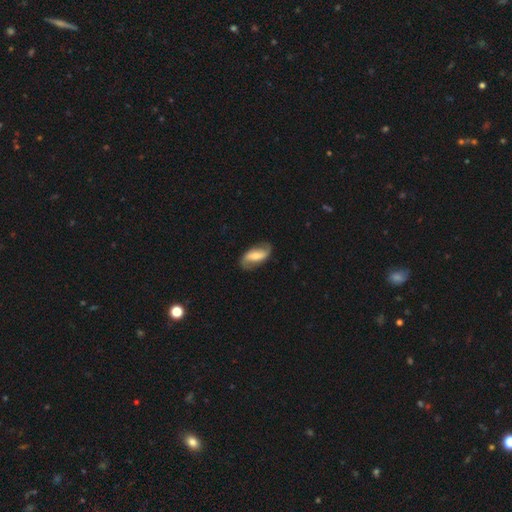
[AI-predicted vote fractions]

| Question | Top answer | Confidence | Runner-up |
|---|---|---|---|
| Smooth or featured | featured or disk | 65% | smooth (29%) |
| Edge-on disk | no | 94% | yes (6%) |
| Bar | strong | 38% | weak (37%) |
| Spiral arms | yes | 89% | no (11%) |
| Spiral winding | loose | 59% | medium (28%) |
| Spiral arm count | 2 | 90% | can't tell (5%) |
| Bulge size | moderate | 42% | small (41%) |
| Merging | none | 79% | minor disturbance (15%) |